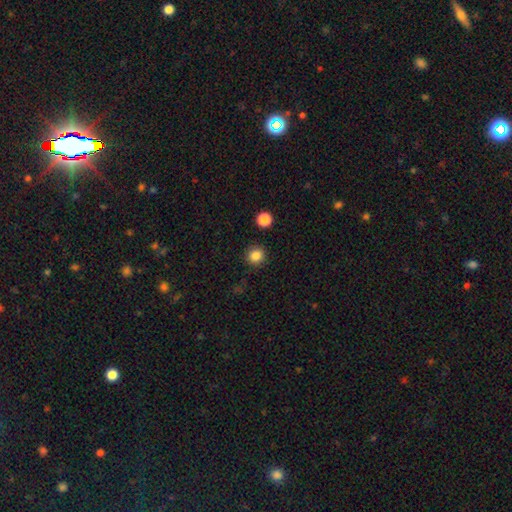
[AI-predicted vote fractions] Smooth or featured?
  - smooth: 85% *
  - star or artifact: 11%
  - featured or disk: 4%
How rounded?
  - round: 90% *
  - in between: 9%
  - cigar-shaped: 1%
Merging?
  - none: 90% *
  - minor disturbance: 6%
  - major disturbance: 2%
  - merger: 2%